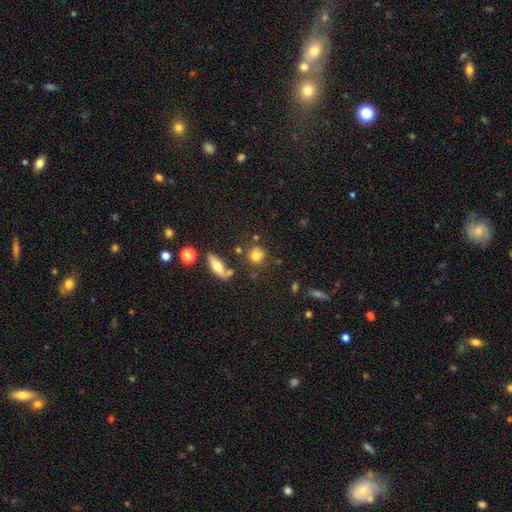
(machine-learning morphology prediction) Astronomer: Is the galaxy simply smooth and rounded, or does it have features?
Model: smooth — 74%.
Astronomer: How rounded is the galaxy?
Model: round — 67%.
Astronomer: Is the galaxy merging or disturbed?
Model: none — 60%.